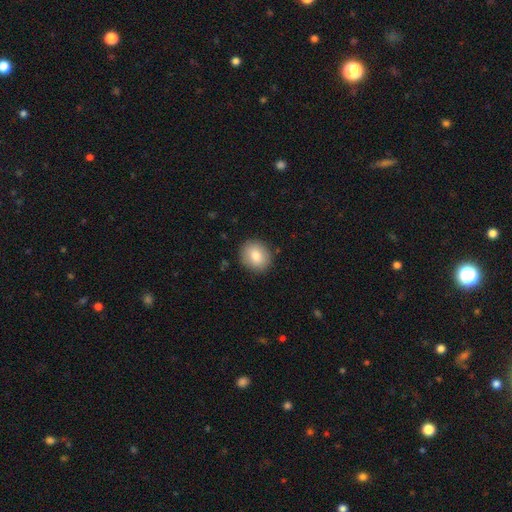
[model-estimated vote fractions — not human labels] Smooth or featured: smooth — 82% (featured or disk — 10%)
How rounded: round — 75% (in between — 25%)
Merging: none — 88% (minor disturbance — 8%)